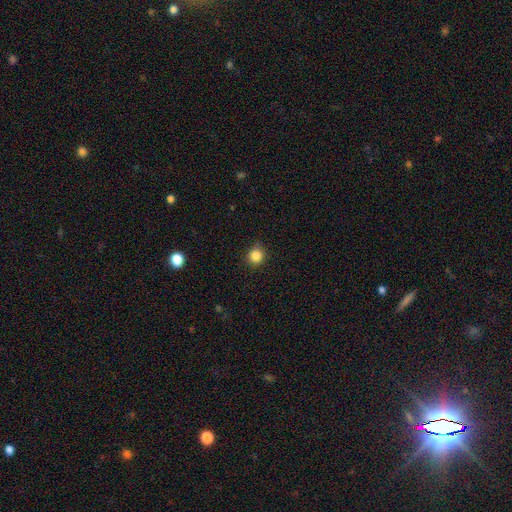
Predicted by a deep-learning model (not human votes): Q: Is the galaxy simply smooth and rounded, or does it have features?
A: smooth — 85%.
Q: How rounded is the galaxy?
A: round — 89%.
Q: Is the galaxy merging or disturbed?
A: none — 85%.